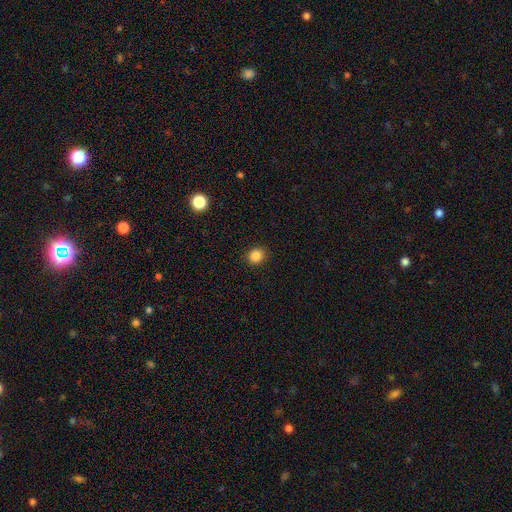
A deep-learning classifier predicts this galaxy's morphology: This appears to be a smooth galaxy with no disk features (85%) that is round (84%). Merging: none (91%).